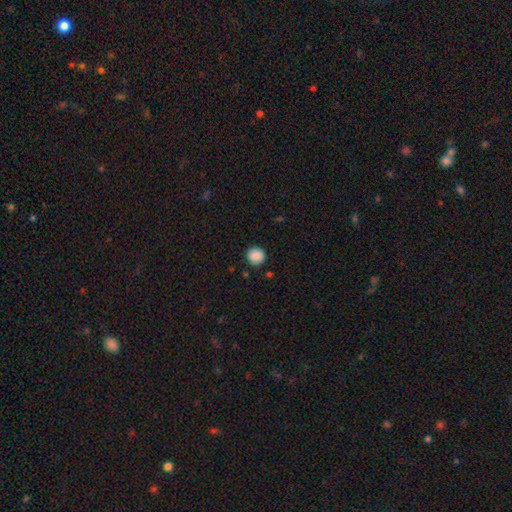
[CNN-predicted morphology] This appears to be a smooth galaxy with no disk features (88%) that is round (92%). Merging: none (88%).